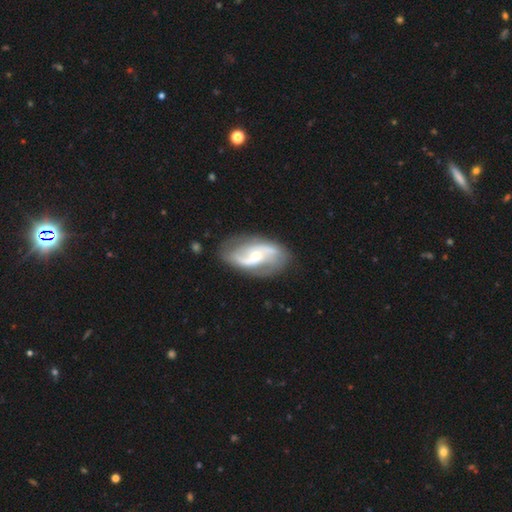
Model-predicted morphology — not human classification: A featured or disk galaxy (85%) with no bar (49%), 2 (88%) loose (44%) spiral arms (94%) and a small central bulge (50%). Merging: none (78%).